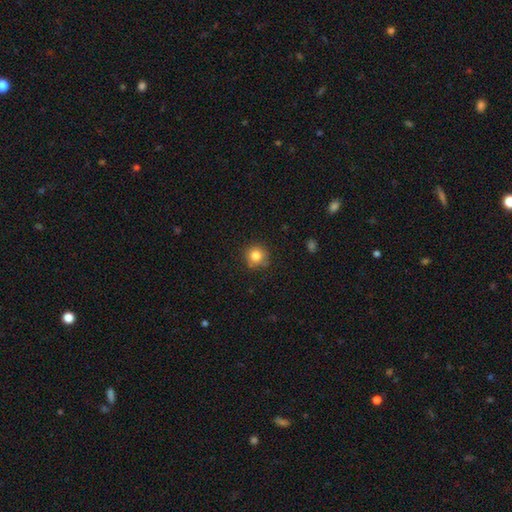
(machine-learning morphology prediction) type=smooth (83%); roundness=round (93%); merging=none (85%).